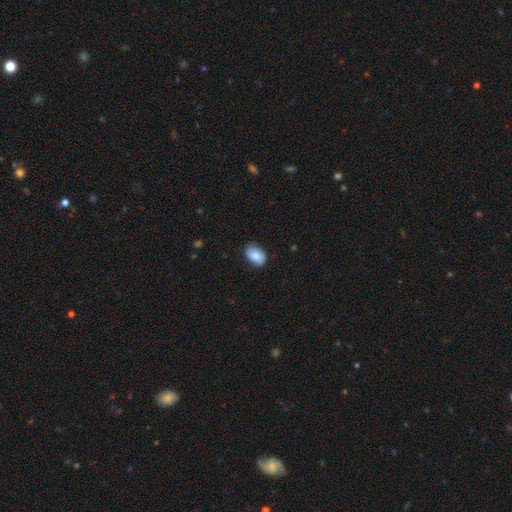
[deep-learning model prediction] smooth 81%, featured or disk 12%, star or artifact 7%. Down the decision tree: how rounded — in between (86%); merging — none (77%).